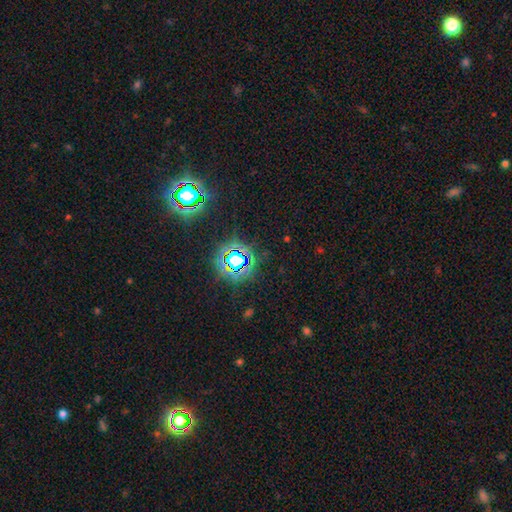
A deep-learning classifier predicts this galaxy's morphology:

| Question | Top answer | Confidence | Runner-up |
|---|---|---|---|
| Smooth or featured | star or artifact | 79% | smooth (14%) |